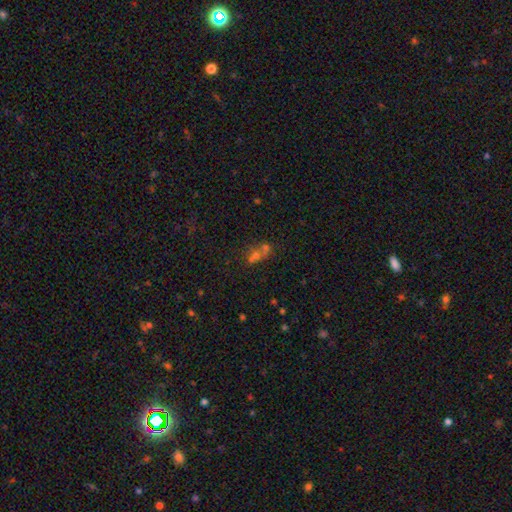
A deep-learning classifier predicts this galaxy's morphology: Overall: smooth (46%; star or artifact 35%). Merging: merger (51%; none 35%).